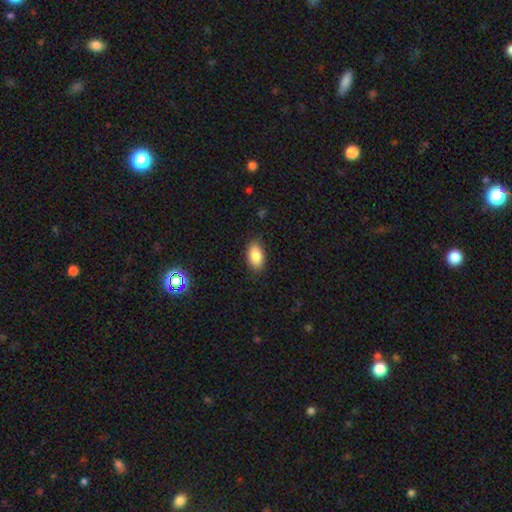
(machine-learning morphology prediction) smooth_or_featured: smooth (p=0.86) [alt: star or artifact p=0.08]
how_rounded: in between (p=0.93) [alt: round p=0.05]
merging: none (p=0.85) [alt: minor disturbance p=0.11]